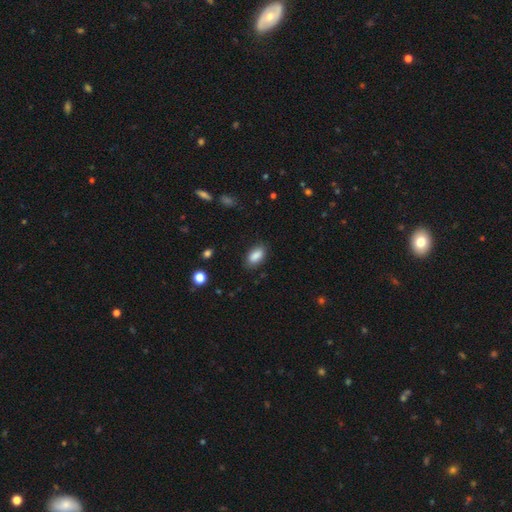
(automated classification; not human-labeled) The model was most divided on "merging": none: 84%, minor disturbance: 12%, major disturbance: 3%, merger: 1%. More confident: how rounded — in between (92%); smooth or featured — smooth (87%).